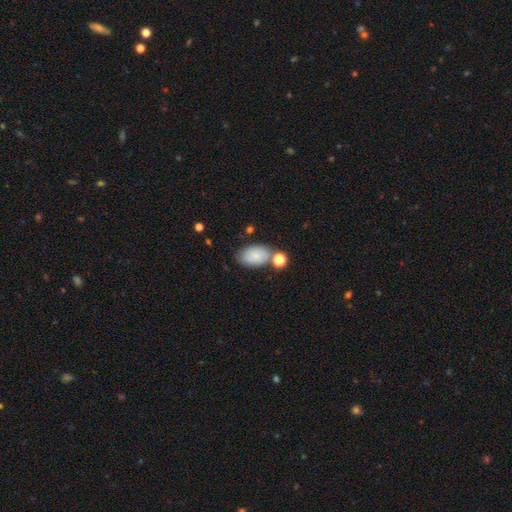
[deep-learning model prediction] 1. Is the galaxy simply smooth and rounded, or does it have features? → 81% smooth, 11% featured or disk, 8% star or artifact.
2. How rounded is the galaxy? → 91% in between, 8% round, 1% cigar-shaped.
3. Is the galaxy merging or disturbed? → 64% none, 17% minor disturbance, 15% merger, 5% major disturbance.